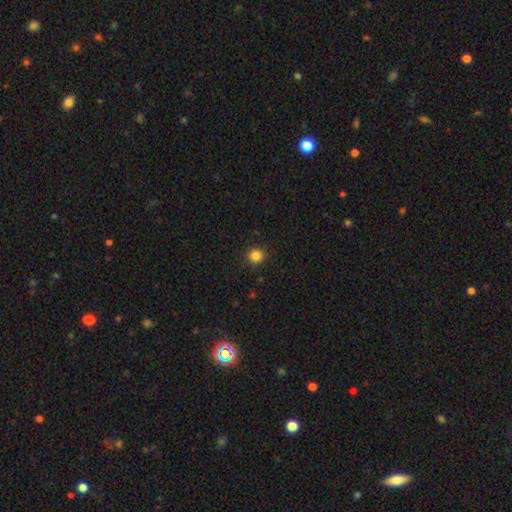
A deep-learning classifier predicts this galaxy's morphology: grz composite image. It shows a smooth galaxy with no disk features (85%) that is round (91%). Merging: none (91%).